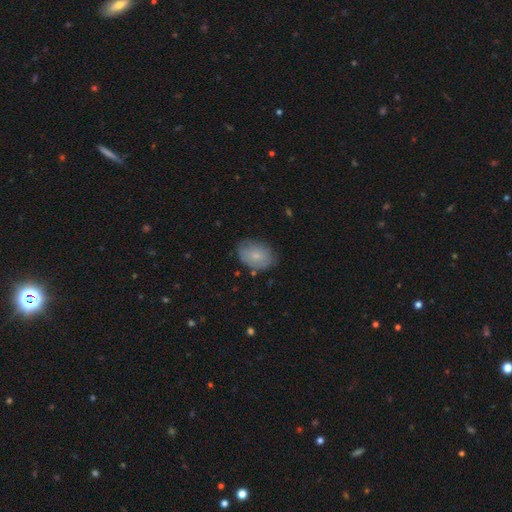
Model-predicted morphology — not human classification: This appears to be a smooth galaxy with no disk features (71%) that is in between round and cigar-shaped (81%). Merging: none (70%).